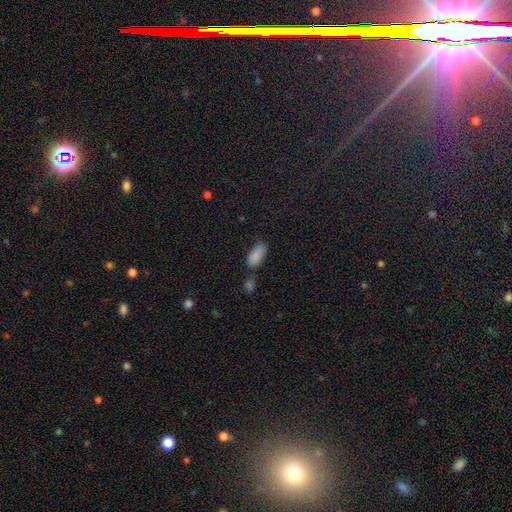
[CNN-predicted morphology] Overall: smooth (86%). How rounded: in between (92%). Merging: none (56%; minor disturbance 24%).